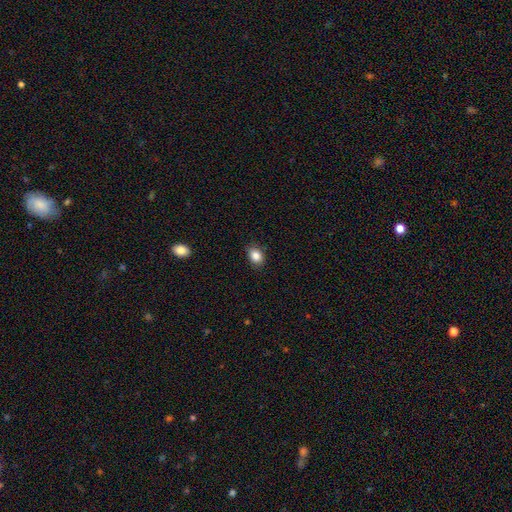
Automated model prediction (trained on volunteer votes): smooth_or_featured: smooth (p=0.86) [alt: star or artifact p=0.09]
how_rounded: in between (p=0.68) [alt: round p=0.31]
merging: none (p=0.86) [alt: minor disturbance p=0.11]